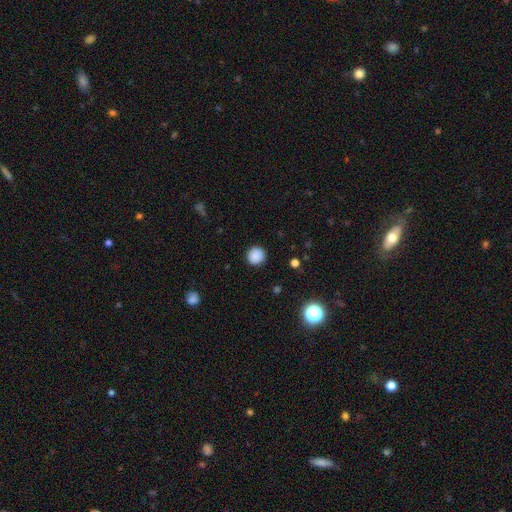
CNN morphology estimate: Smooth or featured? smooth (86%)
How rounded? round (95%)
Merging? none (91%)